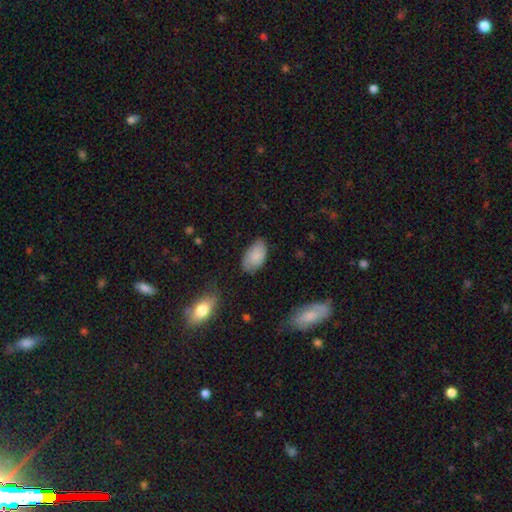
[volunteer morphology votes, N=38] Volunteers were most divided on "merging": none: 44%, minor disturbance: 42%, major disturbance: 11%, merger: 3%. More confident: how rounded — in between (97%); smooth or featured — smooth (87%).